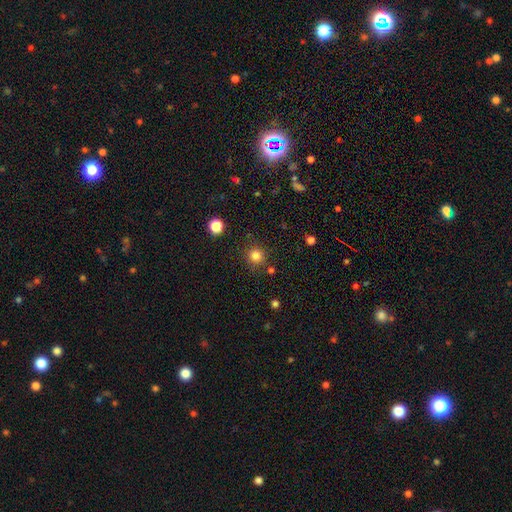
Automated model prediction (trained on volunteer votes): This is clearly a smooth galaxy (82%). How rounded: clearly round (92%). Merging: clearly none (84%).